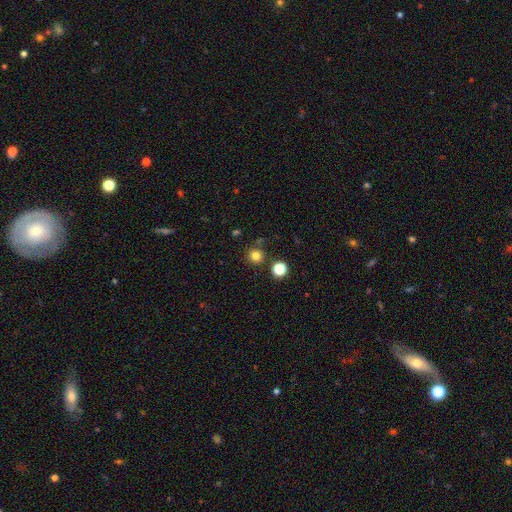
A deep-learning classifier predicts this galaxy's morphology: Smooth or featured: smooth — 80% (star or artifact — 15%)
How rounded: round — 94% (in between — 5%)
Merging: none — 84% (minor disturbance — 7%)